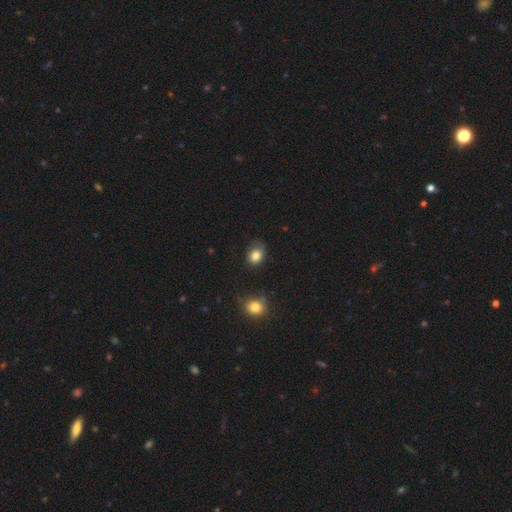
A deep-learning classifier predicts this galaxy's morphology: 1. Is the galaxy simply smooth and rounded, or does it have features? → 83% smooth, 10% star or artifact, 7% featured or disk.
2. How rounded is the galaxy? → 57% in between, 42% round, 1% cigar-shaped.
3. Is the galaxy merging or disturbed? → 66% none, 25% minor disturbance, 6% major disturbance, 2% merger.